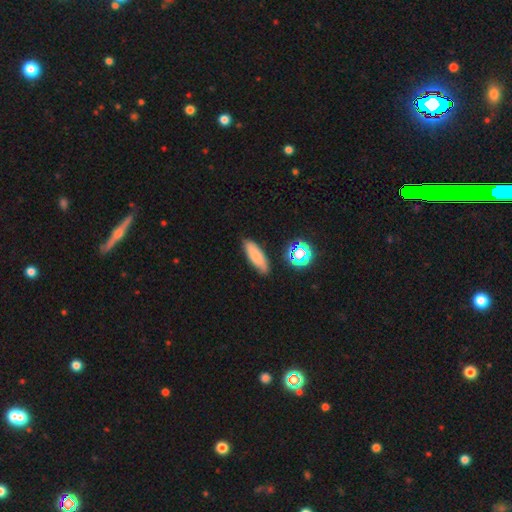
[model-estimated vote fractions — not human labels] This appears to be a smooth galaxy with no disk features (75%) that is in between round and cigar-shaped (55%). Merging: none (83%).